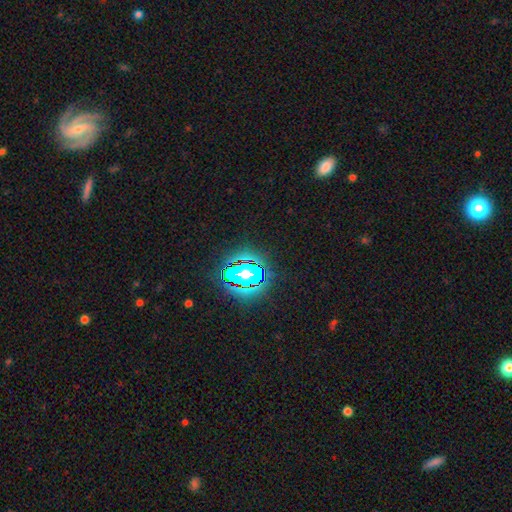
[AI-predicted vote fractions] A star or artifact, not a galaxy (79%).